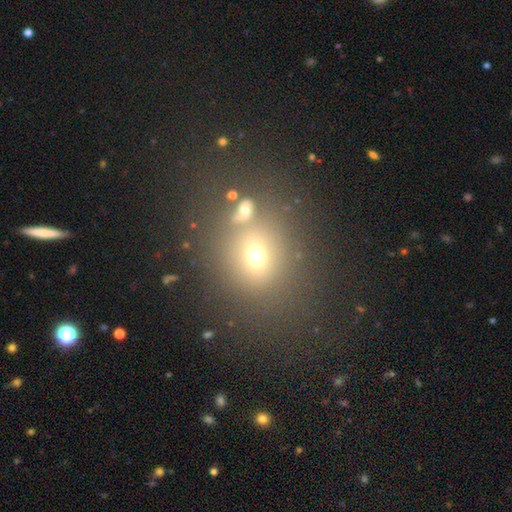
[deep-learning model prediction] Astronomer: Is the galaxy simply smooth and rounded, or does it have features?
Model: smooth — 59%.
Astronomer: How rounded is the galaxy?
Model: round — 60% (runner-up: in between, 38%).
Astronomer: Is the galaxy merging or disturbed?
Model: none — 63%.